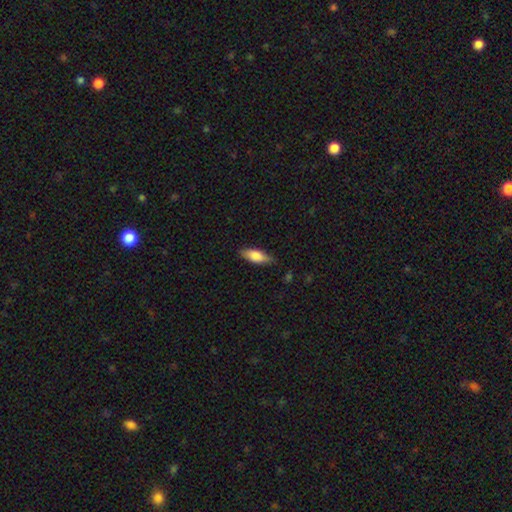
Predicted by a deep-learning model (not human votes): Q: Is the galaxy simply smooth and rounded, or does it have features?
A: smooth — 76%.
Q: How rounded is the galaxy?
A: in between — 69%.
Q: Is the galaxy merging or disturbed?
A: none — 83%.